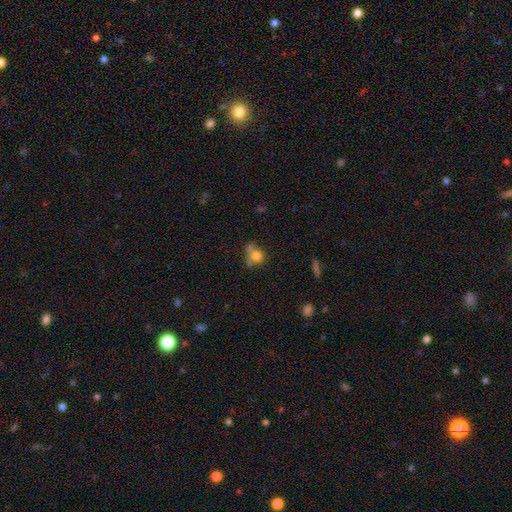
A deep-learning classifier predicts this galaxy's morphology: Smooth or featured: smooth — 73% (featured or disk — 14%)
How rounded: round — 70% (in between — 29%)
Merging: none — 38% (merger — 30%)